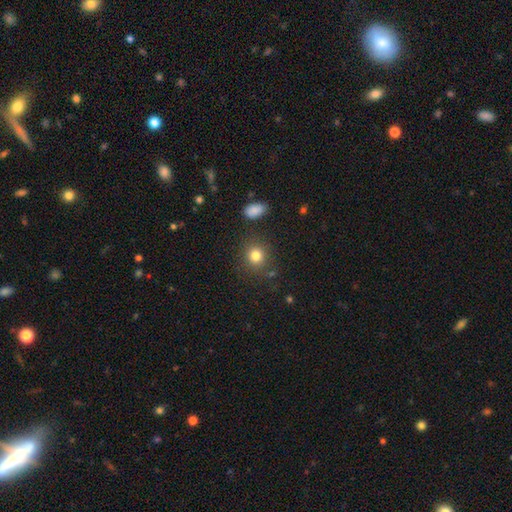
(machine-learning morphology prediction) Smooth or featured?
  - smooth: 82% *
  - star or artifact: 12%
  - featured or disk: 7%
How rounded?
  - round: 84% *
  - in between: 15%
  - cigar-shaped: 1%
Merging?
  - none: 82% *
  - minor disturbance: 10%
  - major disturbance: 4%
  - merger: 4%